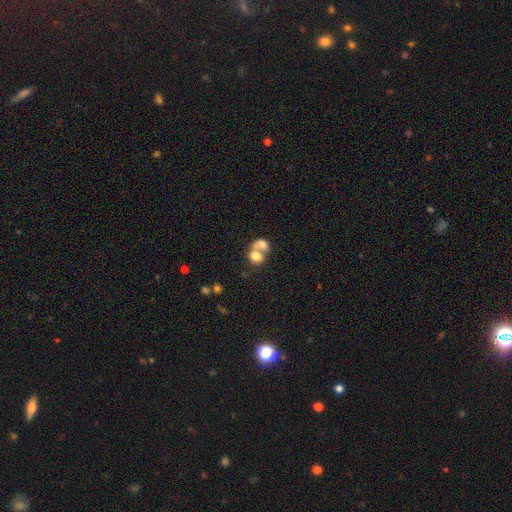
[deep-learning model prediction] This appears to be a smooth galaxy with no disk features (69%) that is in between round and cigar-shaped (55%). Merging: merger (74%).